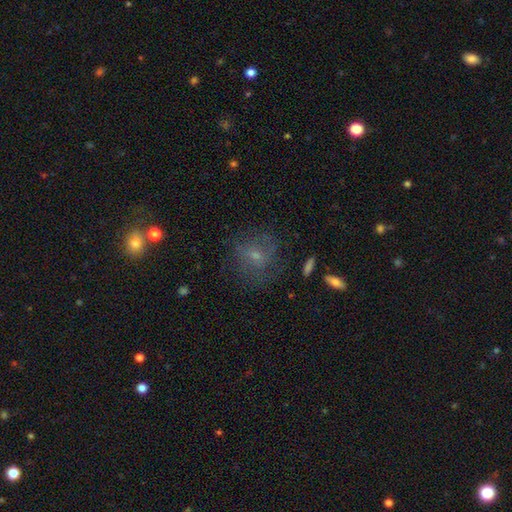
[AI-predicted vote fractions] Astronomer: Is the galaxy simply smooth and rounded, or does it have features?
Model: smooth — 44% (runner-up: featured or disk, 40%).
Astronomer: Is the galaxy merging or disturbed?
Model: none — 64%.